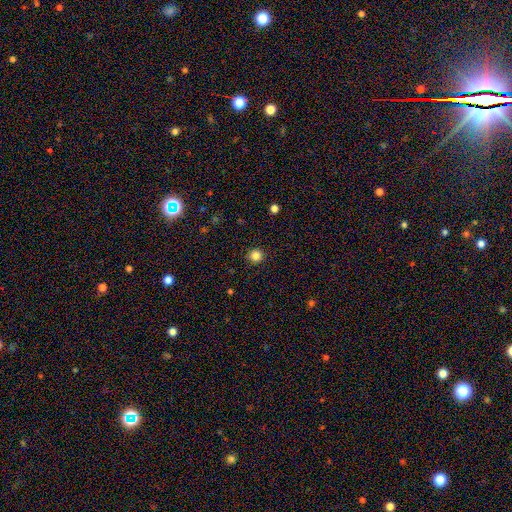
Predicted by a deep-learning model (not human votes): A smooth galaxy with no disk features (84%) that is round (93%).

Vote fractions:
- Smooth or featured? smooth: 84% / star or artifact: 12% / featured or disk: 4%
- How rounded? round: 93% / in between: 6% / cigar-shaped: 1%
- Merging? none: 92% / minor disturbance: 6% / major disturbance: 2% / merger: 1%